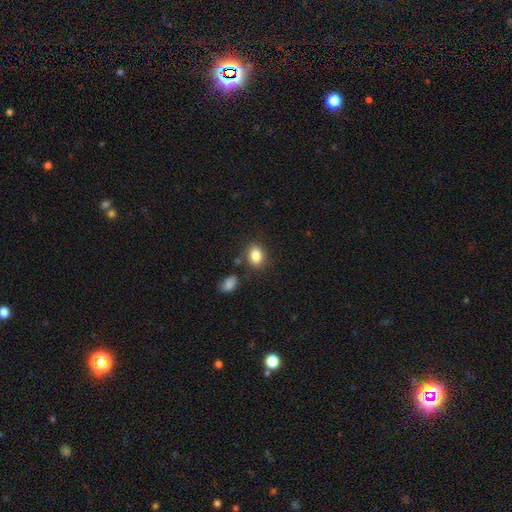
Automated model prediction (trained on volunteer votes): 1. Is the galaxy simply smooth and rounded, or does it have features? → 85% smooth, 9% star or artifact, 6% featured or disk.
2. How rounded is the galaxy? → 70% in between, 29% round, 1% cigar-shaped.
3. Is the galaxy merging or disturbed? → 77% none, 13% minor disturbance, 7% merger, 4% major disturbance.